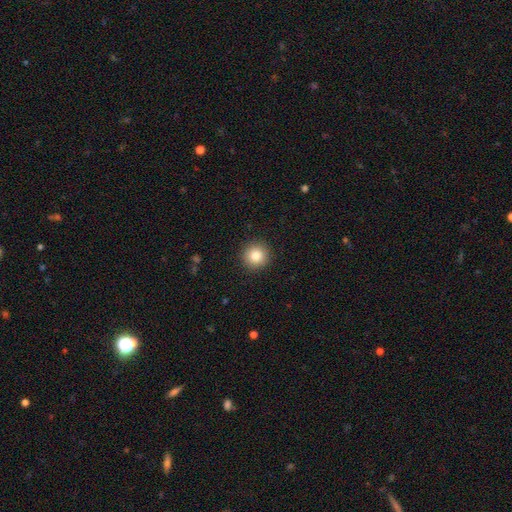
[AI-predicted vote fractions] The model was most divided on "smooth or featured": smooth: 83%, star or artifact: 10%, featured or disk: 7%. More confident: how rounded — round (95%); merging — none (92%).